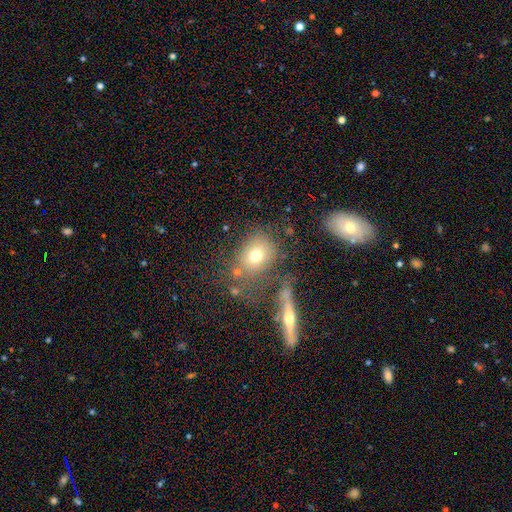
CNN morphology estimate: smooth 69%, featured or disk 18%, star or artifact 13%. Down the decision tree: how rounded — round (56%); merging — none (58%).